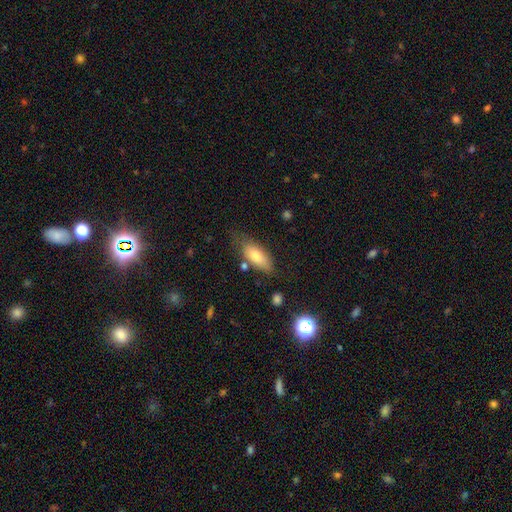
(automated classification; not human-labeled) Smooth or featured?
  - smooth: 75% *
  - featured or disk: 17%
  - star or artifact: 8%
How rounded?
  - in between: 78% *
  - cigar-shaped: 19%
  - round: 3%
Merging?
  - none: 64% *
  - minor disturbance: 24%
  - major disturbance: 7%
  - merger: 5%